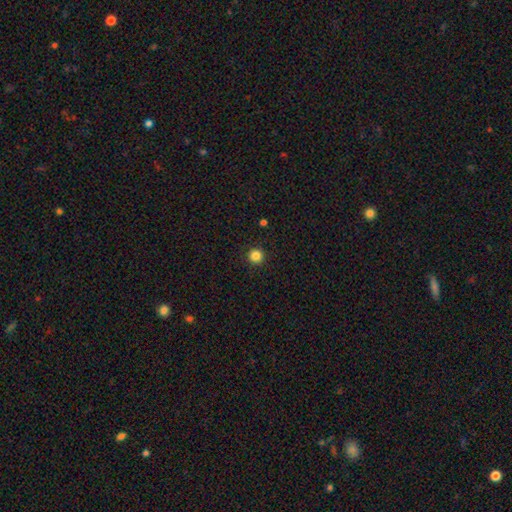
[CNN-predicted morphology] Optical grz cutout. It shows a smooth galaxy with no disk features (84%) that is round (96%). Merging: none (93%).